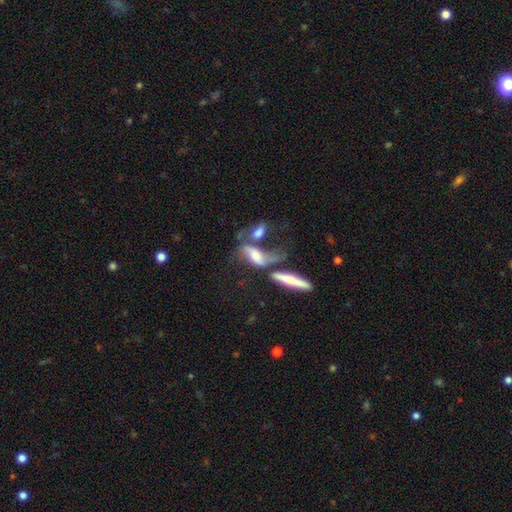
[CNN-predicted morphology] The model was most divided on "smooth or featured": featured or disk: 50%, smooth: 39%, star or artifact: 11%. Remaining: edge-on disk — no (73%); merging — merger (45%).